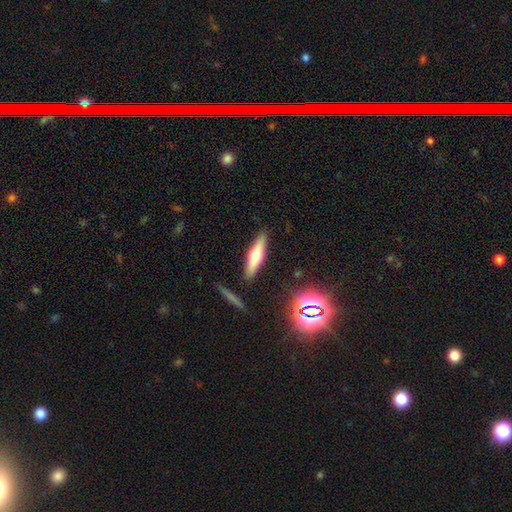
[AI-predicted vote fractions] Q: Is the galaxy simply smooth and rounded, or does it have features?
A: featured or disk — 48%.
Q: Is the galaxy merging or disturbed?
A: none — 88%.